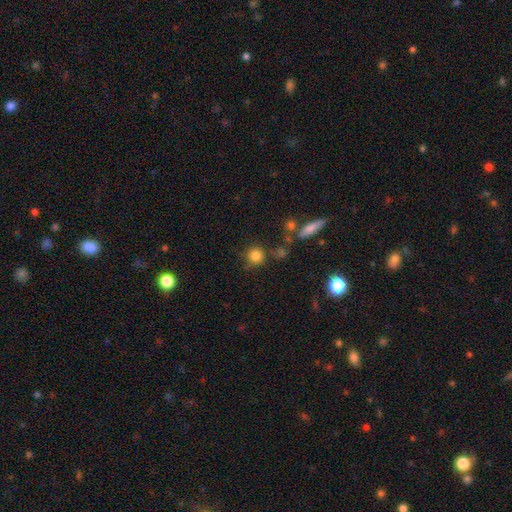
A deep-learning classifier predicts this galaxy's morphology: This appears to be a smooth galaxy with no disk features (82%) that is round (90%). Merging: none (76%).